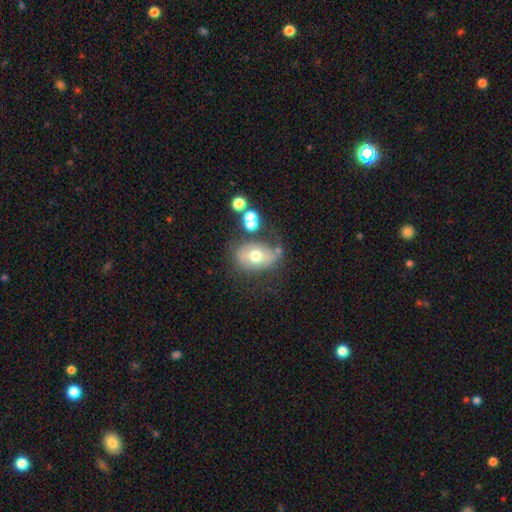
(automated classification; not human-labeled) This is possibly a smooth galaxy (52%). How rounded: likely in between (68%). Merging: possibly none (47%).